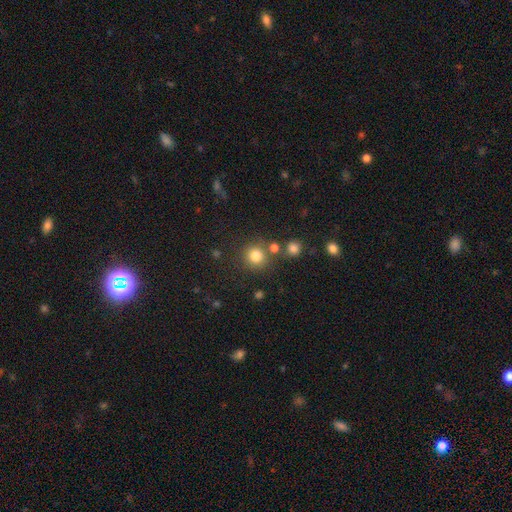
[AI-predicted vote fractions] Smooth or featured? smooth (80%)
How rounded? round (92%)
Merging? none (78%)